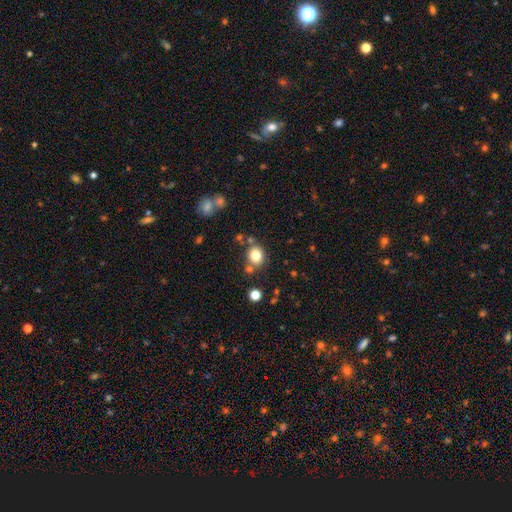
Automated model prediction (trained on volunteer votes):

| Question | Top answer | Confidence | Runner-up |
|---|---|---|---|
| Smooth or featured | smooth | 80% | star or artifact (12%) |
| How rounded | round | 70% | in between (29%) |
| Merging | none | 73% | merger (12%) |